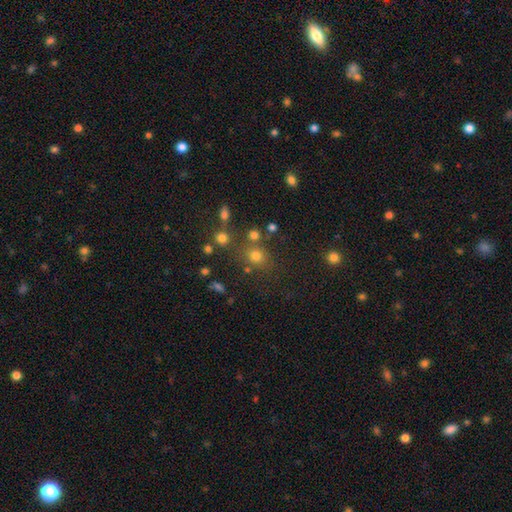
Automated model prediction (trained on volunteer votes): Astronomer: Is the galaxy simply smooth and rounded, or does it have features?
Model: smooth — 68%.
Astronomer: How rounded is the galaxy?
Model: round — 83%.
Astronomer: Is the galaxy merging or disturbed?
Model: none — 72%.